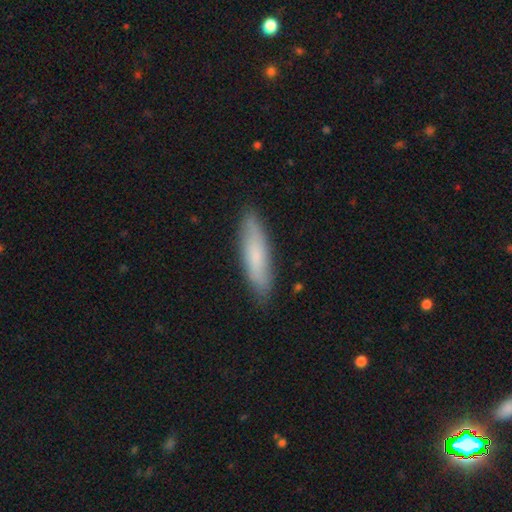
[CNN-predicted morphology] Smooth or featured?
  - smooth: 70% *
  - featured or disk: 24%
  - star or artifact: 6%
How rounded?
  - cigar-shaped: 73% *
  - in between: 25%
  - round: 2%
Merging?
  - none: 85% *
  - minor disturbance: 12%
  - major disturbance: 2%
  - merger: 1%